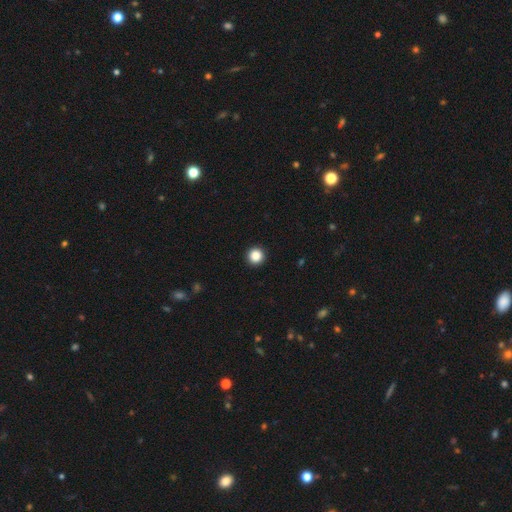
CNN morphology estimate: smooth-or-featured: smooth: 87% | star or artifact: 10% | featured or disk: 3%
  how-rounded: round: 96% | in between: 3% | cigar-shaped: 1%
  merging: none: 94% | minor disturbance: 4% | major disturbance: 1% | merger: 1%